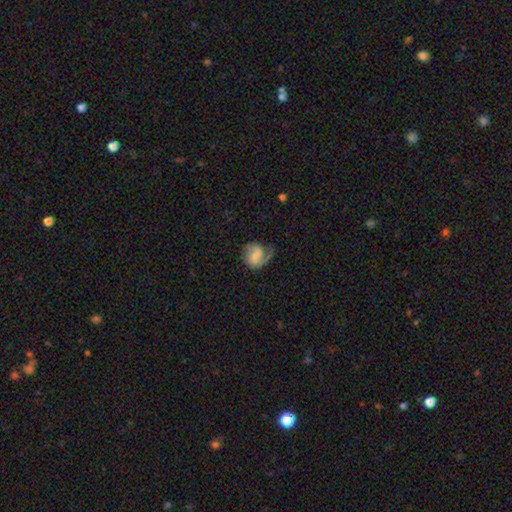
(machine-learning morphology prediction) The model was most divided on "bulge size": small: 43%, moderate: 33%, none: 17%, large: 6%, dominant: 1%. Remaining: edge-on disk — no (98%); spiral arms — yes (94%); smooth or featured — featured or disk (72%); merging — none (56%); spiral arm count — 2 (54%); bar — weak (50%); spiral winding — medium (46%).